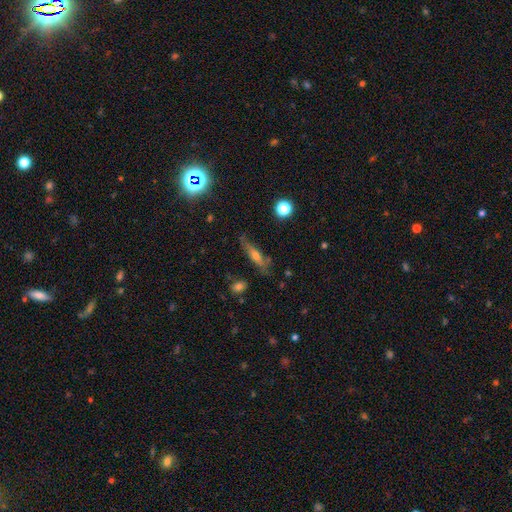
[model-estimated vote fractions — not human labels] A featured or disk galaxy (45%).

Vote fractions:
- Smooth or featured? featured or disk: 45% / smooth: 43% / star or artifact: 13%
- Merging? none: 68% / minor disturbance: 22% / major disturbance: 7% / merger: 3%